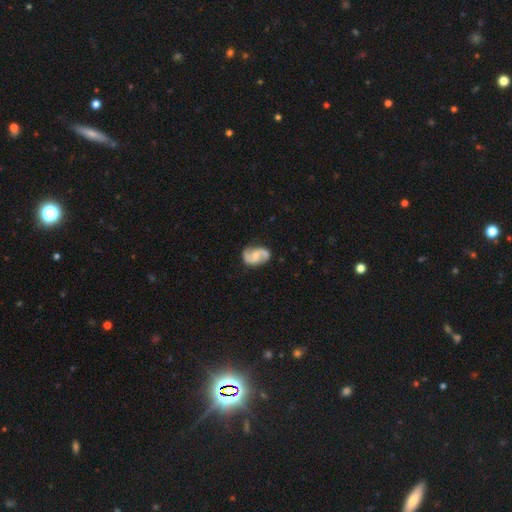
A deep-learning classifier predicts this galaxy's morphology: This appears to be a featured or disk galaxy (84%) with no bar (50%), 2 (93%) medium (52%) spiral arms (97%) and a moderate central bulge (38%). Merging: none (79%).